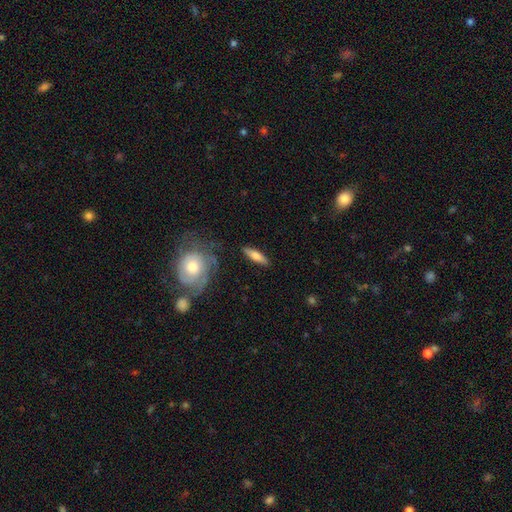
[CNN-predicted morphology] smooth 64%, featured or disk 30%, star or artifact 6%. Down the decision tree: how rounded — cigar-shaped (62%); merging — none (85%).